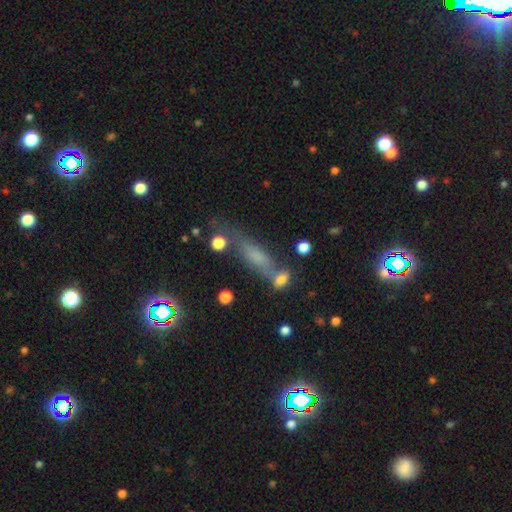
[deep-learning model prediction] smooth_or_featured: smooth (p=0.58) [alt: featured or disk p=0.25]
how_rounded: cigar-shaped (p=0.60) [alt: in between p=0.34]
merging: none (p=0.49) [alt: merger p=0.22]